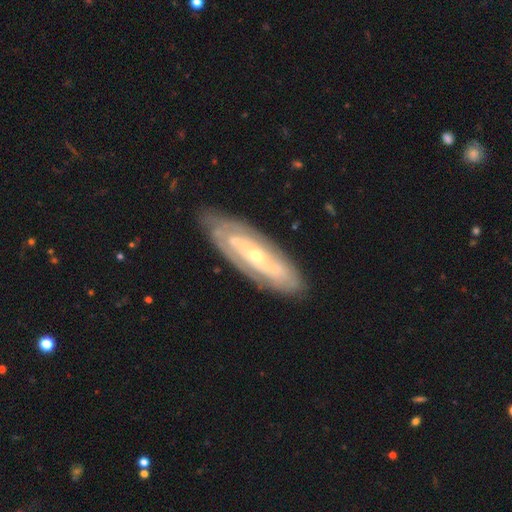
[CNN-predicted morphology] type=featured or disk (79%); edge-on=no (82%); bar=no (62%); spiral arms=yes (81%); winding=tight (65%); arm count=can't tell (48%); bulge=small (67%); merging=none (80%).